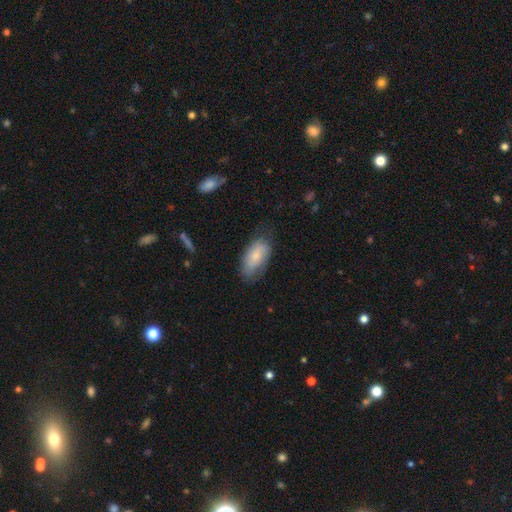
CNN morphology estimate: Smooth or featured? Predicted: smooth (p=0.73). How rounded? Predicted: in between (p=0.92). Merging? Predicted: none (p=0.62).